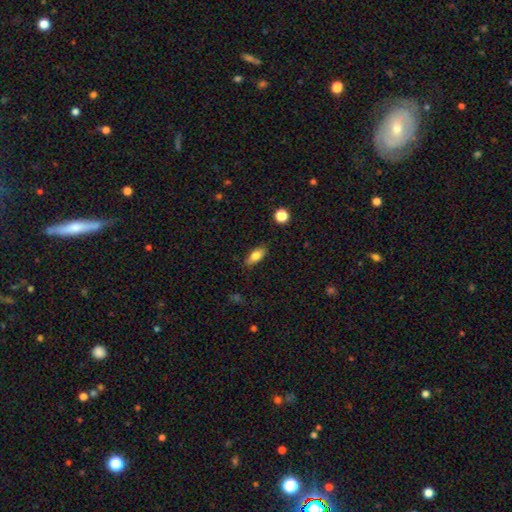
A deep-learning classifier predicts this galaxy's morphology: Q: Smooth or featured?
A: smooth (76%); runner-up: featured or disk (16%)
Q: How rounded?
A: in between (80%); runner-up: cigar-shaped (16%)
Q: Merging?
A: none (83%); runner-up: minor disturbance (13%)